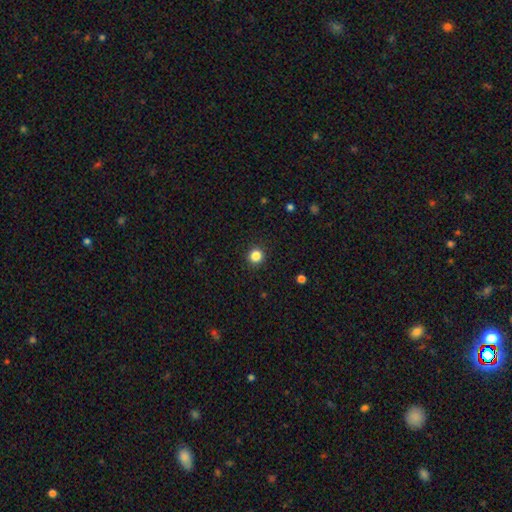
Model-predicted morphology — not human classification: smooth 85%, star or artifact 12%, featured or disk 3%. Down the decision tree: how rounded — round (93%); merging — none (92%).